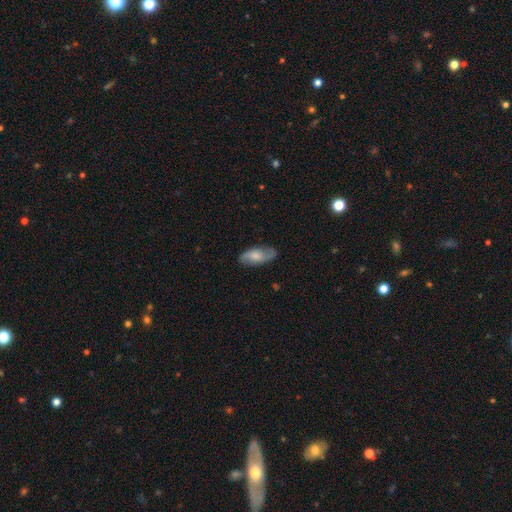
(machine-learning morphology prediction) This appears to be a smooth galaxy with no disk features (58%) that is in between round and cigar-shaped (86%). Merging: none (80%).